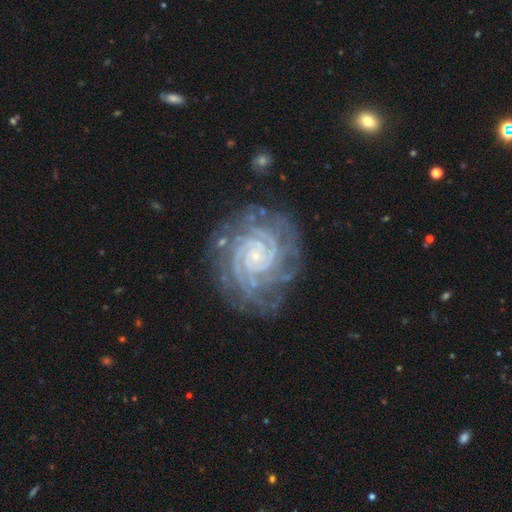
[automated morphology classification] smooth_or_featured: featured or disk (p=0.92) [alt: star or artifact p=0.05]
disk_edge_on: no (p=0.98) [alt: yes p=0.02]
bar: no (p=0.74) [alt: weak p=0.17]
has_spiral_arms: yes (p=0.99) [alt: no p=0.01]
spiral_winding: tight (p=0.85) [alt: medium p=0.14]
spiral_arm_count: 2 (p=0.27) [alt: 3 p=0.21]
bulge_size: small (p=0.86) [alt: moderate p=0.09]
merging: none (p=0.77) [alt: minor disturbance p=0.16]